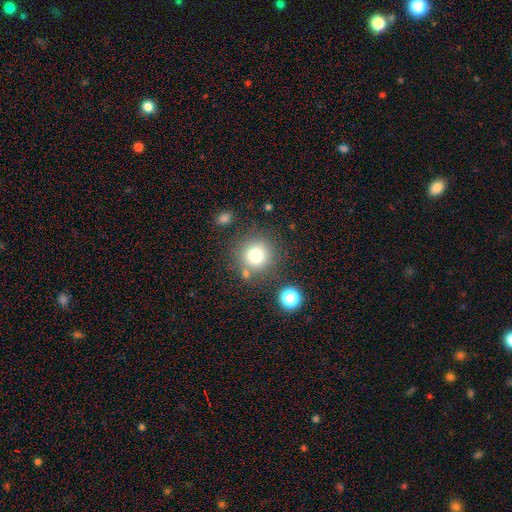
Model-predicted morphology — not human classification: Smooth or featured?
  - smooth: 78% *
  - star or artifact: 13%
  - featured or disk: 9%
How rounded?
  - round: 94% *
  - in between: 5%
  - cigar-shaped: 1%
Merging?
  - none: 77% *
  - minor disturbance: 10%
  - merger: 8%
  - major disturbance: 4%